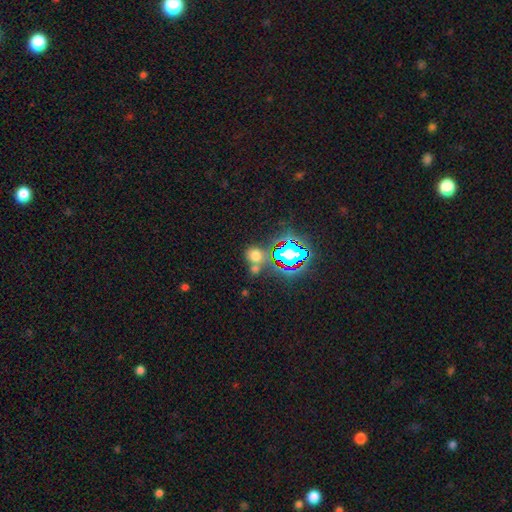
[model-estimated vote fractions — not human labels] Overall: smooth (56%; star or artifact 35%). How rounded: round (71%). Merging: none (62%).